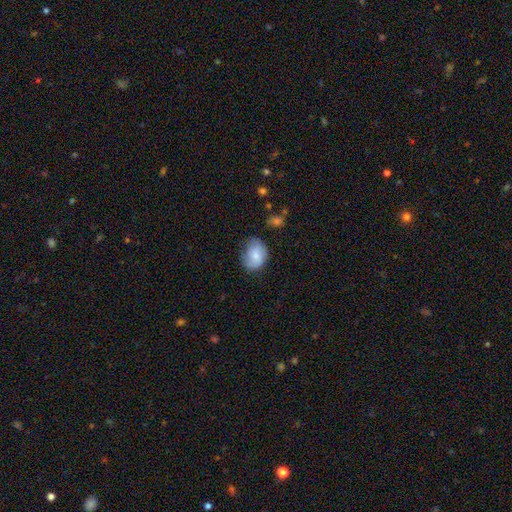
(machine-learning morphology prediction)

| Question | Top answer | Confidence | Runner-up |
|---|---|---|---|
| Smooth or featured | smooth | 78% | featured or disk (15%) |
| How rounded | in between | 59% | round (40%) |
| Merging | none | 57% | minor disturbance (33%) |